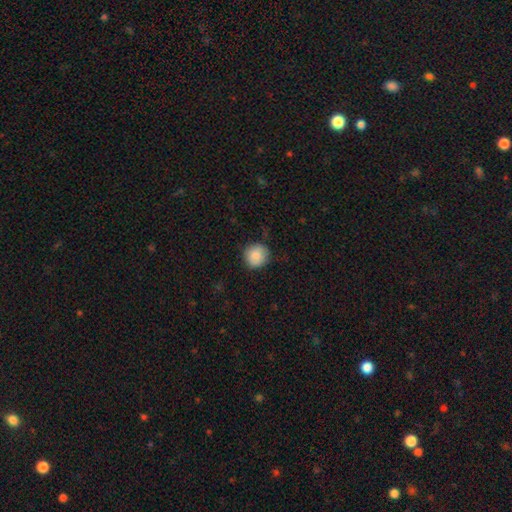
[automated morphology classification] Smooth or featured? Predicted: smooth (p=0.85). How rounded? Predicted: round (p=0.91). Merging? Predicted: none (p=0.81).